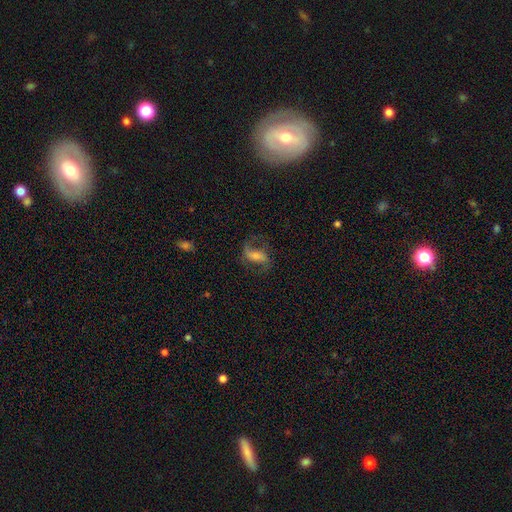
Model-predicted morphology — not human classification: Q: Smooth or featured?
A: featured or disk (70%); runner-up: smooth (19%)
Q: Edge-on disk?
A: no (95%); runner-up: yes (5%)
Q: Bar?
A: weak (39%); runner-up: strong (35%)
Q: Spiral arms?
A: yes (92%); runner-up: no (8%)
Q: Spiral winding?
A: loose (50%); runner-up: medium (40%)
Q: Spiral arm count?
A: 2 (88%); runner-up: can't tell (5%)
Q: Bulge size?
A: moderate (40%); runner-up: small (37%)
Q: Merging?
A: none (69%); runner-up: minor disturbance (15%)